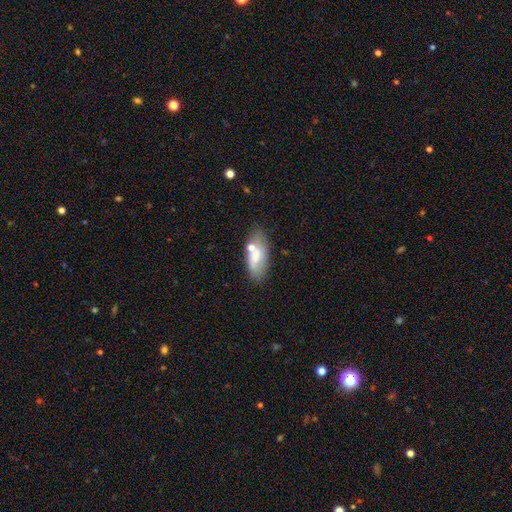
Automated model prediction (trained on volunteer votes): smooth-or-featured: smooth: 68% | featured or disk: 23% | star or artifact: 8%
  how-rounded: in between: 85% | cigar-shaped: 11% | round: 4%
  merging: none: 65% | minor disturbance: 17% | merger: 12% | major disturbance: 6%